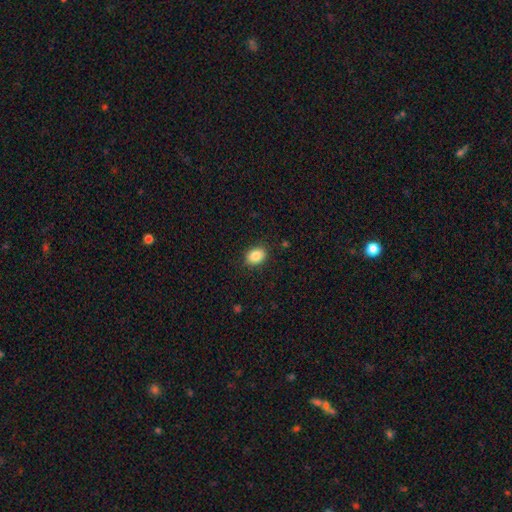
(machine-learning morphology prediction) A smooth galaxy with no disk features (87%) that is in between round and cigar-shaped (65%).

Vote fractions:
- Smooth or featured? smooth: 87% / star or artifact: 9% / featured or disk: 4%
- How rounded? in between: 65% / round: 34% / cigar-shaped: 1%
- Merging? none: 87% / minor disturbance: 10% / major disturbance: 2% / merger: 1%